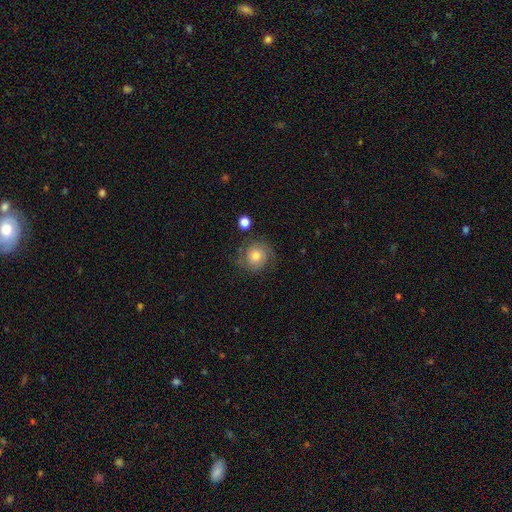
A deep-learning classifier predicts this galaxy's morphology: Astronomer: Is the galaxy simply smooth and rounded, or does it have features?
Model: featured or disk — 59%.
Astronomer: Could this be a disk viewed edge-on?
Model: no — 98%.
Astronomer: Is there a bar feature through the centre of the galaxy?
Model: no — 80%.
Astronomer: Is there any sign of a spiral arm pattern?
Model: yes — 90%.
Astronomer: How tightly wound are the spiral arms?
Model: tight — 48% (runner-up: medium, 36%).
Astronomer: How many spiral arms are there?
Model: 2 — 76%.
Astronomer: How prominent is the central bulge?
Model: moderate — 63%.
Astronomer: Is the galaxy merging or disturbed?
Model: none — 75%.